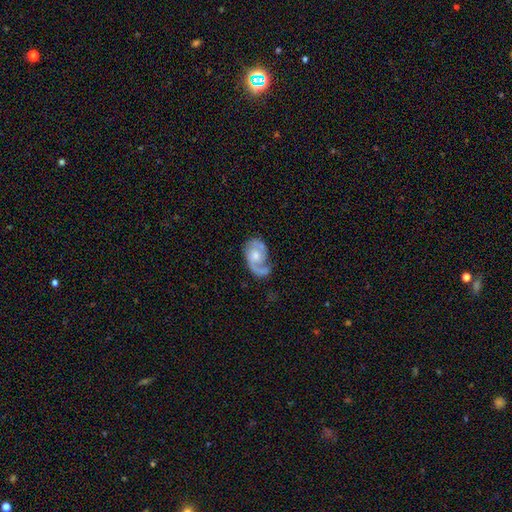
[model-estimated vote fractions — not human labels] Smooth or featured: featured or disk — 78% (smooth — 17%)
Edge-on disk: no — 97% (yes — 3%)
Bar: no — 68% (weak — 28%)
Spiral arms: yes — 91% (no — 9%)
Spiral winding: medium — 45% (loose — 30%)
Spiral arm count: 2 — 54% (1 — 37%)
Bulge size: moderate — 55% (small — 29%)
Merging: none — 49% (minor disturbance — 24%)